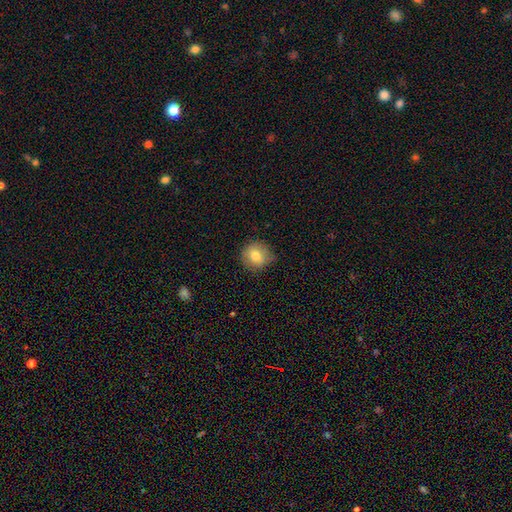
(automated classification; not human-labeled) This appears to be a smooth galaxy with no disk features (77%) that is round (89%). Merging: none (77%).